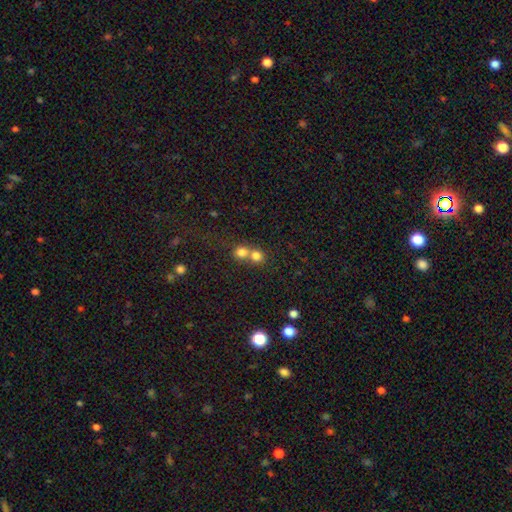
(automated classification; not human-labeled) Morphology: type=smooth (78%); roundness=round (85%); merging=merger (56%).